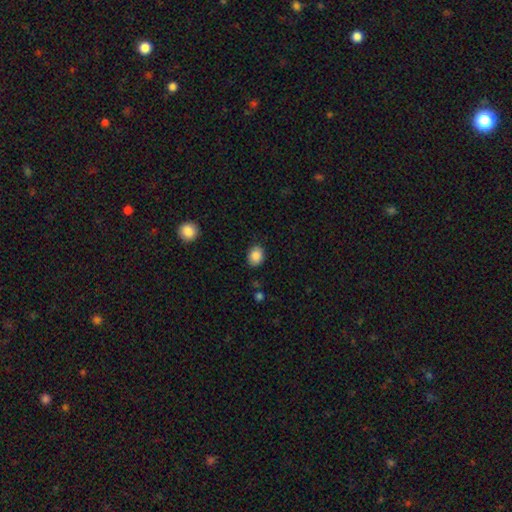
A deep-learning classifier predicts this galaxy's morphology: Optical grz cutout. It shows a smooth galaxy with no disk features (87%) that is in between round and cigar-shaped (52%). Merging: none (85%).